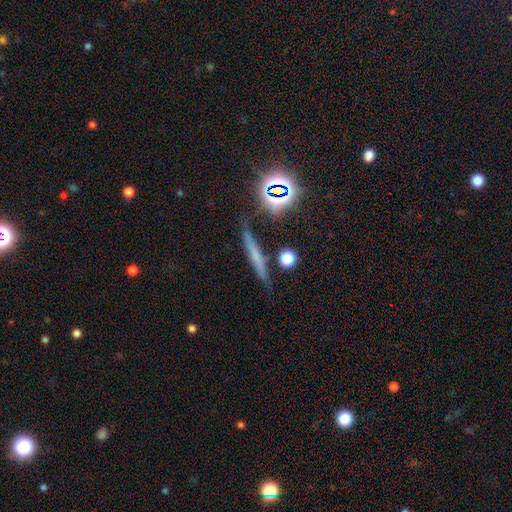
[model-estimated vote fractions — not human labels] The model was most divided on "smooth or featured": smooth: 44%, featured or disk: 34%, star or artifact: 22%. More confident: merging — none (80%).